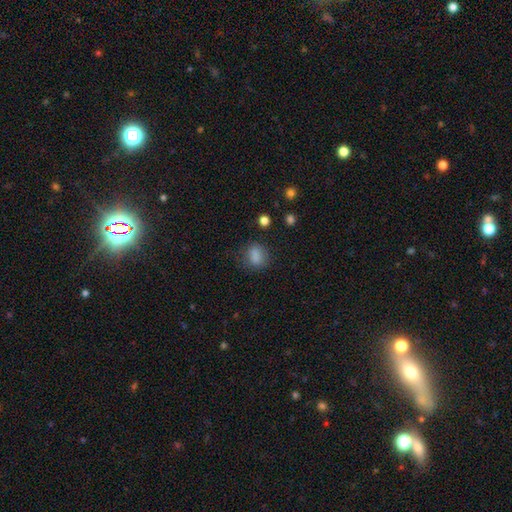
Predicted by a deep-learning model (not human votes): smooth_or_featured: smooth (p=0.83) [alt: star or artifact p=0.11]
how_rounded: round (p=0.51) [alt: in between p=0.48]
merging: none (p=0.72) [alt: minor disturbance p=0.18]